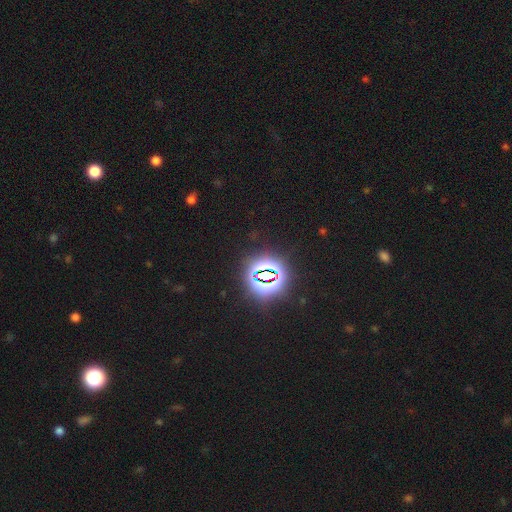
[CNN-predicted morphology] Smooth or featured: star or artifact — 80% (smooth — 13%)